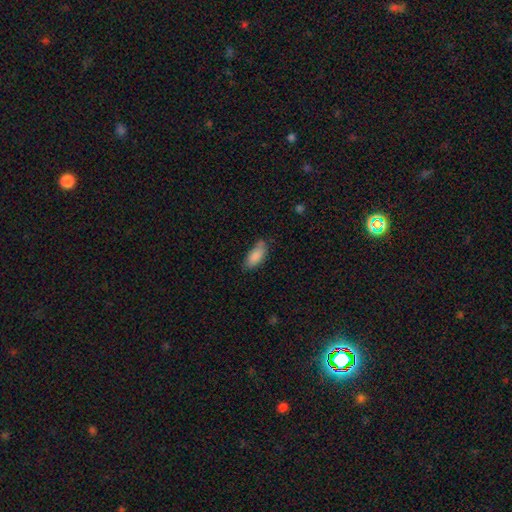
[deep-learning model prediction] Overall: smooth (87%). How rounded: in between (85%). Merging: none (63%; minor disturbance 28%).